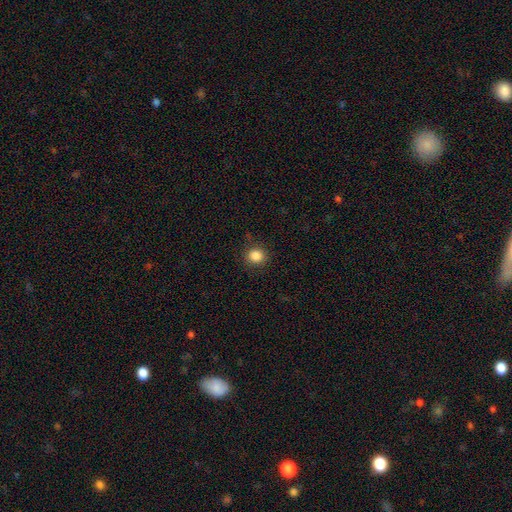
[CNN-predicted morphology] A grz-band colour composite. It shows a smooth galaxy with no disk features (86%) that is round (89%). Merging: none (88%).